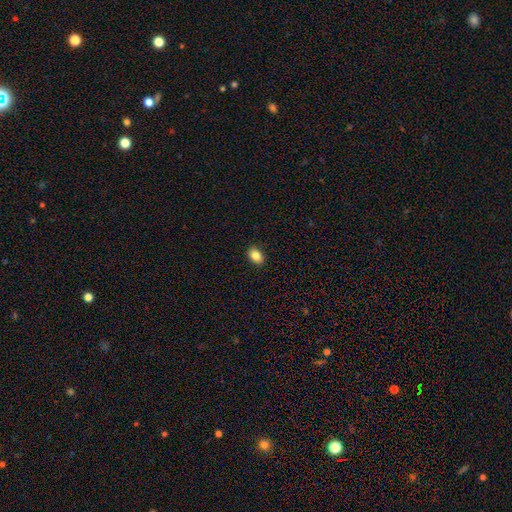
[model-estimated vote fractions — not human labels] smooth 85%, star or artifact 9%, featured or disk 6%. Down the decision tree: how rounded — in between (79%); merging — none (90%).